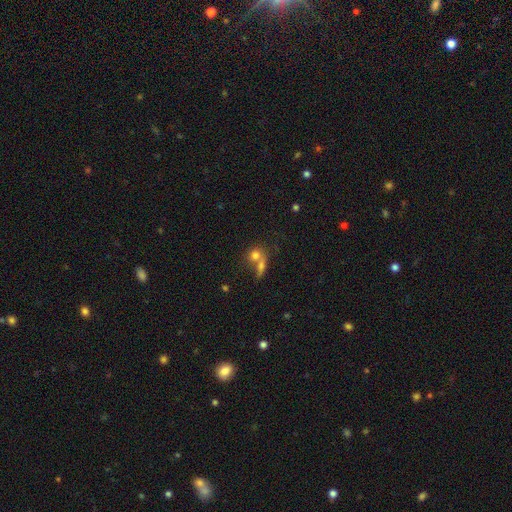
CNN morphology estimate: This appears to be a smooth galaxy with no disk features (73%) that is round (61%). Merging: merger (53%).